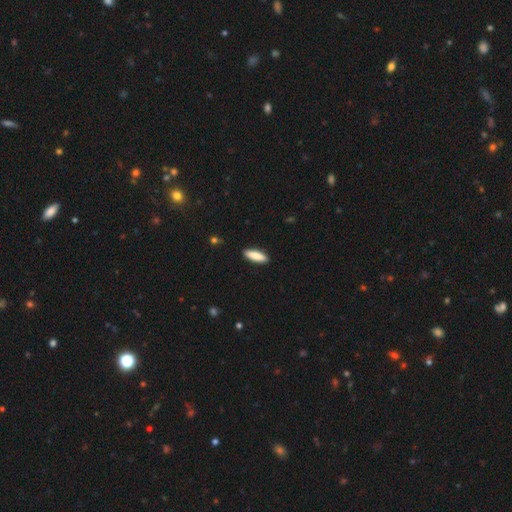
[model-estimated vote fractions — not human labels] The model was most divided on "how rounded": cigar-shaped: 51%, in between: 47%, round: 2%. More confident: merging — none (90%); smooth or featured — smooth (83%).